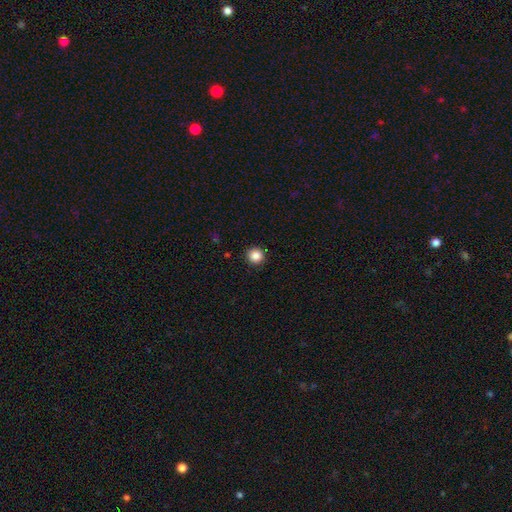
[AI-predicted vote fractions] This is clearly a smooth galaxy (86%). How rounded: clearly round (95%). Merging: clearly none (92%).